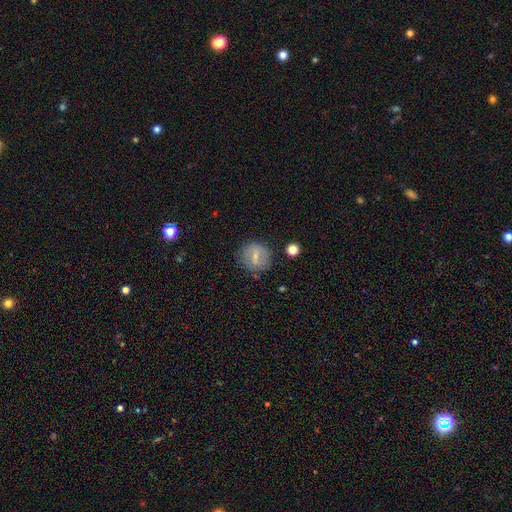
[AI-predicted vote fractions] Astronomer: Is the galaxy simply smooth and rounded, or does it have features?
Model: smooth — 55% (runner-up: featured or disk, 36%).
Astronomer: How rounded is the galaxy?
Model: round — 81%.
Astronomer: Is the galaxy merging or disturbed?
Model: none — 75%.